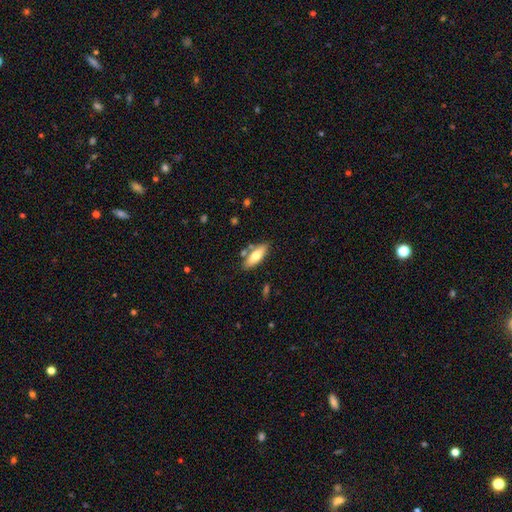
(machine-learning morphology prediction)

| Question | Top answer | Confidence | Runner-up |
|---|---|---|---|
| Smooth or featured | smooth | 67% | featured or disk (27%) |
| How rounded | in between | 66% | cigar-shaped (32%) |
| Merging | none | 76% | minor disturbance (13%) |